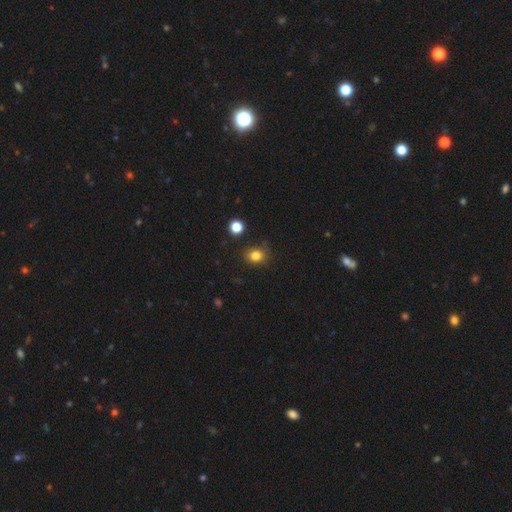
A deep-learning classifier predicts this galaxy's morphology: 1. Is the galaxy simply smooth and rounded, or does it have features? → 81% smooth, 13% star or artifact, 6% featured or disk.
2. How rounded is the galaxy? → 64% round, 35% in between, 1% cigar-shaped.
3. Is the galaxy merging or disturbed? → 79% none, 14% minor disturbance, 4% major disturbance, 3% merger.